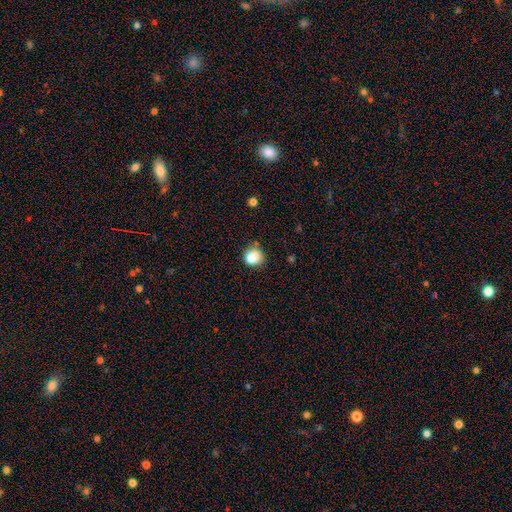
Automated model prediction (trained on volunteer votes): Q: Smooth or featured?
A: smooth (81%); runner-up: star or artifact (11%)
Q: How rounded?
A: round (87%); runner-up: in between (12%)
Q: Merging?
A: none (75%); runner-up: minor disturbance (17%)